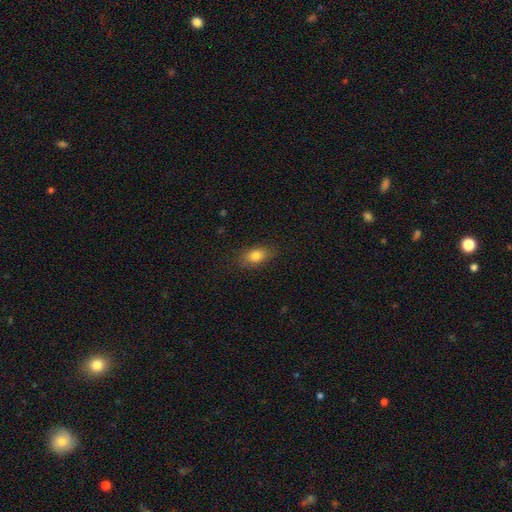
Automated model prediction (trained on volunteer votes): Overall: smooth (81%). How rounded: in between (84%). Merging: none (81%).